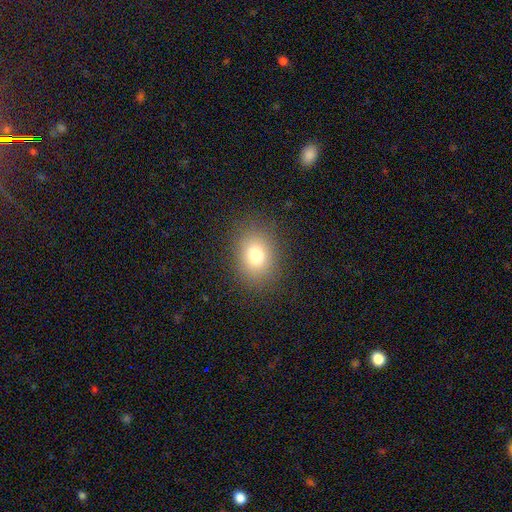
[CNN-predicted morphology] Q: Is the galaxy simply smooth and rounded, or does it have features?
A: smooth — 77%.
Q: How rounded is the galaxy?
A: in between — 52%.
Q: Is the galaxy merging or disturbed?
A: none — 86%.